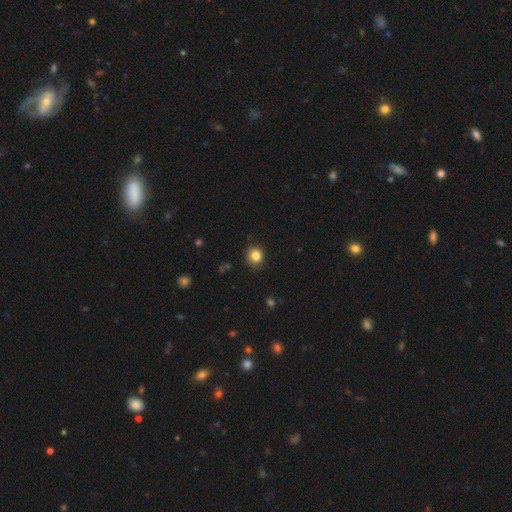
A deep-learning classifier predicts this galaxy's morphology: Overall: smooth (84%). How rounded: round (85%). Merging: none (86%).